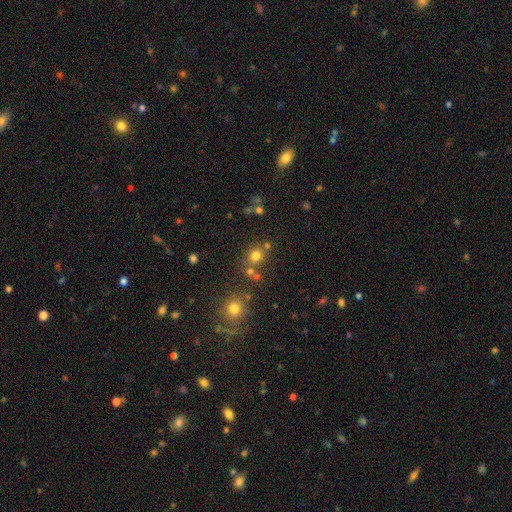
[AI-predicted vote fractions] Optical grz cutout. It shows a smooth galaxy with no disk features (73%) that is round (82%). Merging: none (70%).